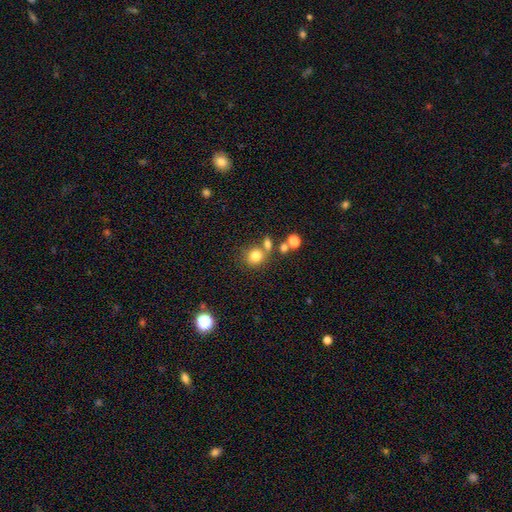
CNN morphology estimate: A smooth galaxy with no disk features (78%) that is round (81%).

Vote fractions:
- Smooth or featured? smooth: 78% / star or artifact: 13% / featured or disk: 9%
- How rounded? round: 81% / in between: 18% / cigar-shaped: 1%
- Merging? none: 59% / merger: 24% / minor disturbance: 11% / major disturbance: 5%